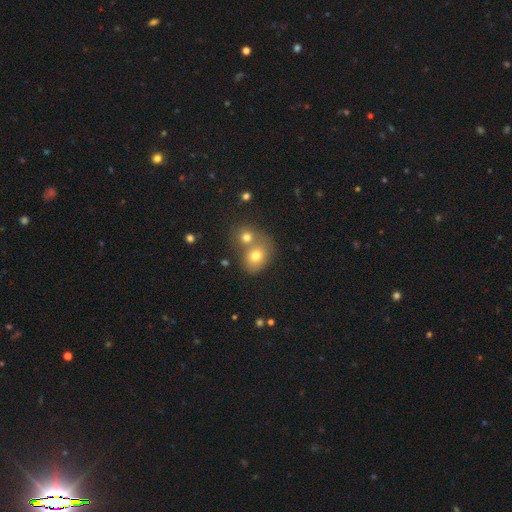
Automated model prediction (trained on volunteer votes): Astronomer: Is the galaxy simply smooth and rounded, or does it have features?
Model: smooth — 74%.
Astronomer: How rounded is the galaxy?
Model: round — 57% (runner-up: in between, 42%).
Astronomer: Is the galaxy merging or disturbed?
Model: merger — 51% (runner-up: none, 37%).